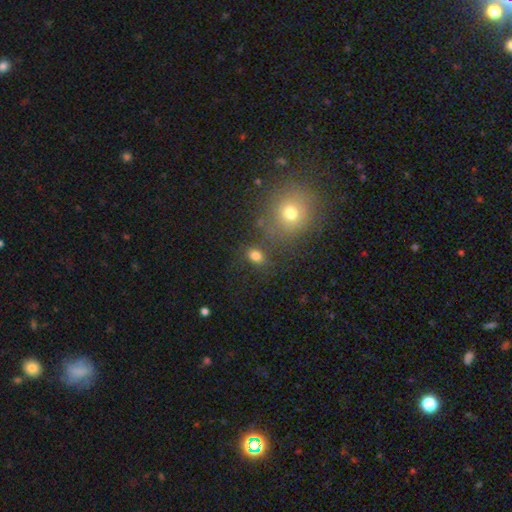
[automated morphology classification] A smooth galaxy with no disk features (75%) that is in between round and cigar-shaped (57%).

Vote fractions:
- Smooth or featured? smooth: 75% / star or artifact: 17% / featured or disk: 8%
- How rounded? in between: 57% / round: 42% / cigar-shaped: 2%
- Merging? none: 72% / minor disturbance: 13% / merger: 8% / major disturbance: 7%